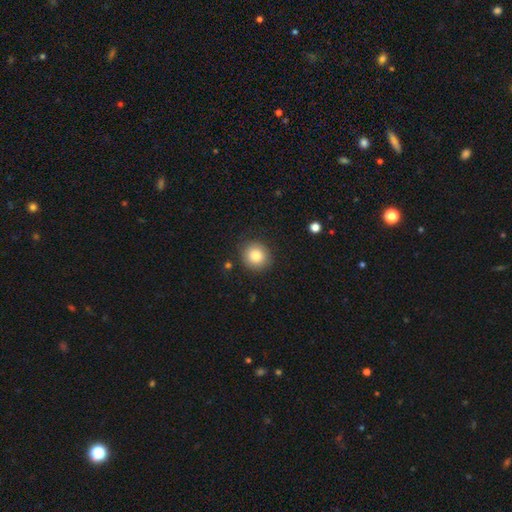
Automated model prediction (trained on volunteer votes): Smooth or featured? Predicted: smooth (p=0.82). How rounded? Predicted: round (p=0.89). Merging? Predicted: none (p=0.87).